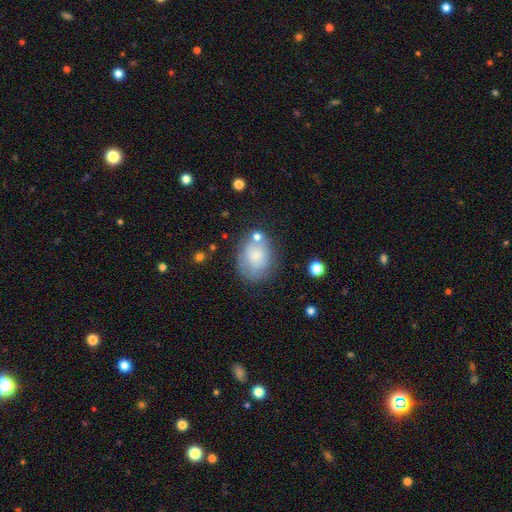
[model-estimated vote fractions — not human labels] The model was most divided on "how rounded": in between: 58%, round: 41%, cigar-shaped: 1%. More confident: smooth or featured — smooth (74%); merging — none (60%).